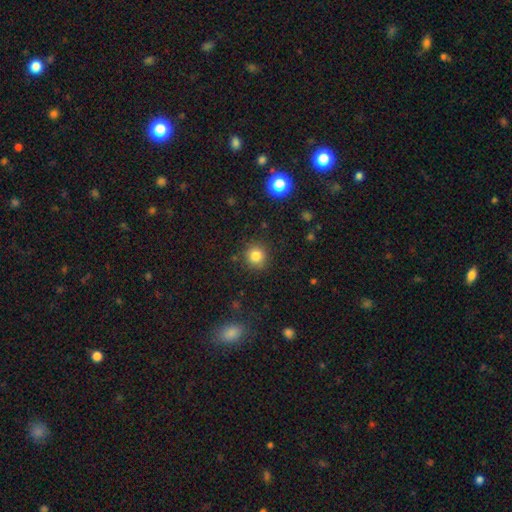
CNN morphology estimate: Smooth or featured: smooth — 83% (star or artifact — 12%)
How rounded: round — 92% (in between — 7%)
Merging: none — 87% (minor disturbance — 8%)